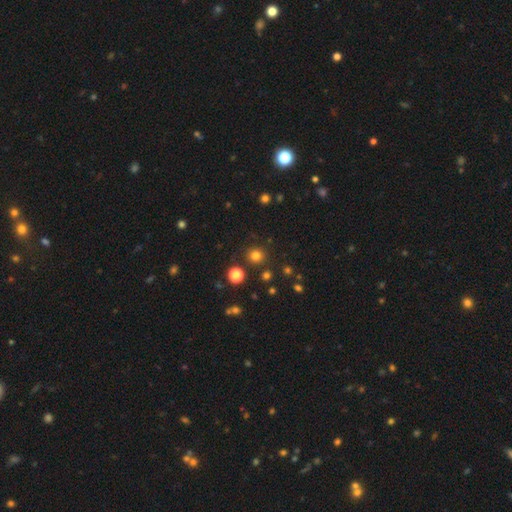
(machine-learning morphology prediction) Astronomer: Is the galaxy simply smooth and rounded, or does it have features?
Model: smooth — 79%.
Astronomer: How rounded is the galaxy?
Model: round — 92%.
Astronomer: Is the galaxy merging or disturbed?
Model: none — 88%.